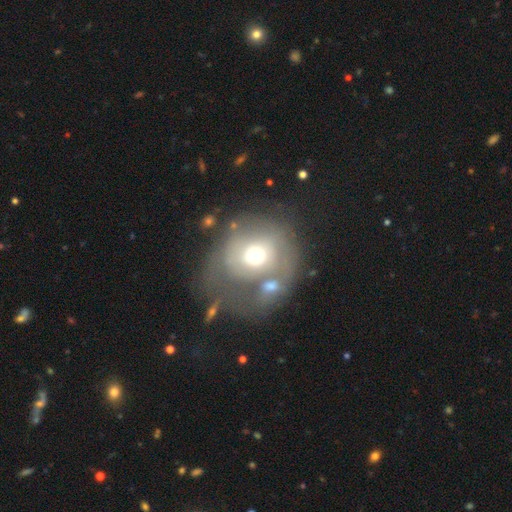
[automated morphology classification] type=featured or disk (46%); merging=none (31%).